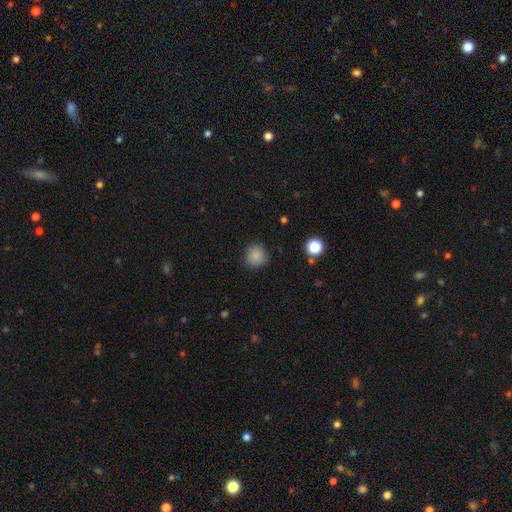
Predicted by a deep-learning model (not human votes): A smooth galaxy with no disk features (85%) that is round (91%).

Vote fractions:
- Smooth or featured? smooth: 85% / star or artifact: 11% / featured or disk: 4%
- How rounded? round: 91% / in between: 8% / cigar-shaped: 1%
- Merging? none: 86% / minor disturbance: 10% / major disturbance: 3% / merger: 1%